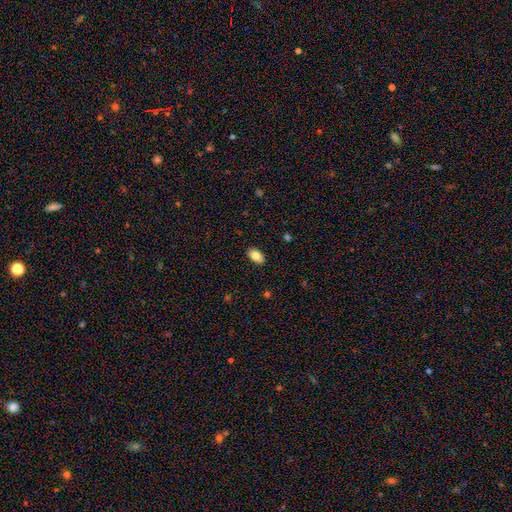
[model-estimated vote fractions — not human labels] The model was most divided on "smooth or featured": smooth: 81%, featured or disk: 11%, star or artifact: 8%. More confident: how rounded — in between (91%); merging — none (86%).